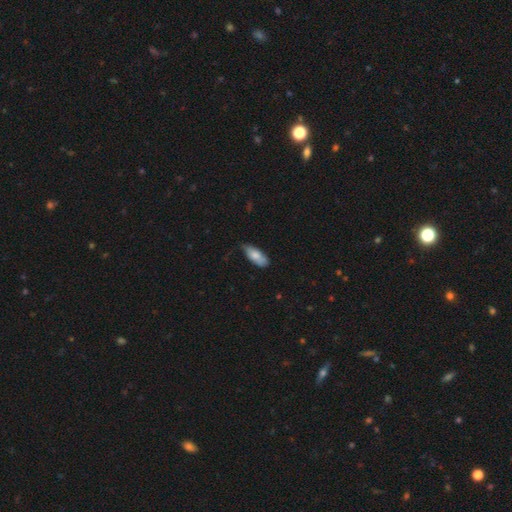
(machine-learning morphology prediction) A smooth galaxy with no disk features (77%) that is in between round and cigar-shaped (80%).

Vote fractions:
- Smooth or featured? smooth: 77% / featured or disk: 17% / star or artifact: 6%
- How rounded? in between: 80% / cigar-shaped: 18% / round: 2%
- Merging? none: 63% / minor disturbance: 30% / major disturbance: 5% / merger: 2%